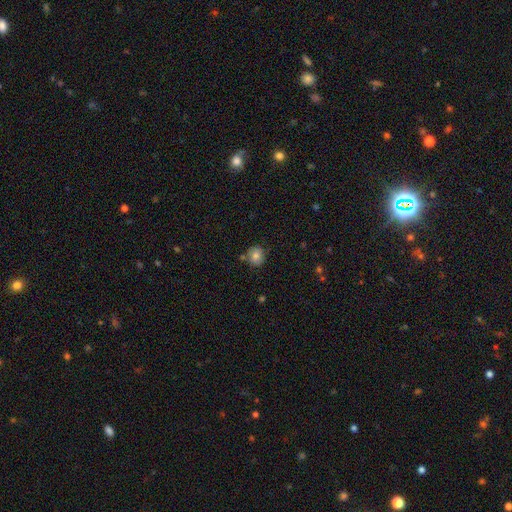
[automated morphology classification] type=smooth (81%); roundness=round (82%); merging=none (77%).